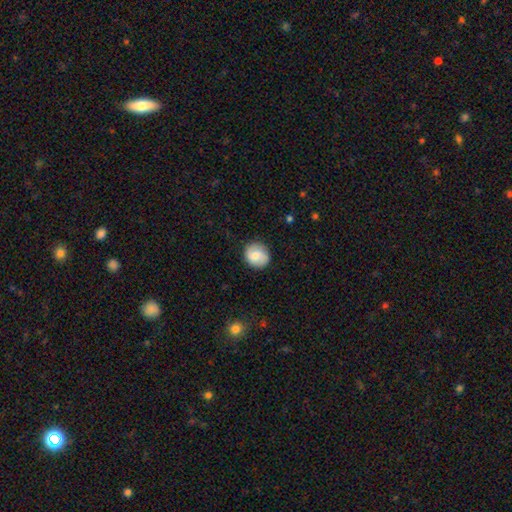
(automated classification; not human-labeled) smooth-or-featured: smooth: 65% | featured or disk: 28% | star or artifact: 7%
  how-rounded: round: 81% | in between: 18% | cigar-shaped: 1%
  merging: none: 83% | minor disturbance: 13% | major disturbance: 3% | merger: 1%